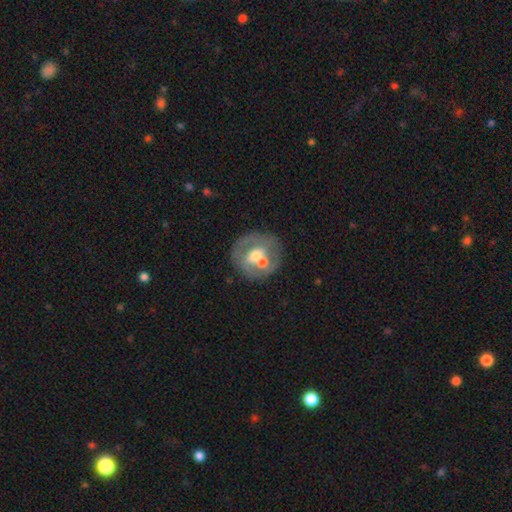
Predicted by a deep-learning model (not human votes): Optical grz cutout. It shows a featured or disk galaxy (54%) with no bar (62%), no spiral arms (82%) and a moderate central bulge (71%). Merging: none (47%).